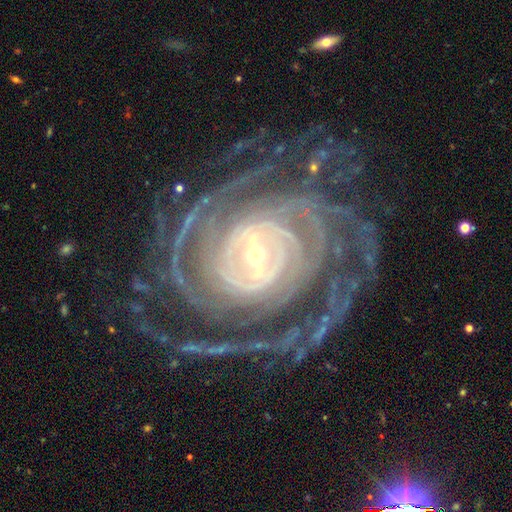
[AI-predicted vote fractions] This is clearly a featured or disk galaxy (92%). It is clearly not viewed edge-on (97%). Bar: marginally strong (38%, tied with weak). Spiral arm pattern: clearly yes (98%). Spiral arm count: marginally more than 4 (24%). Spiral winding: likely tight (80%). Central bulge: likely small (70%). Merging: likely none (73%).